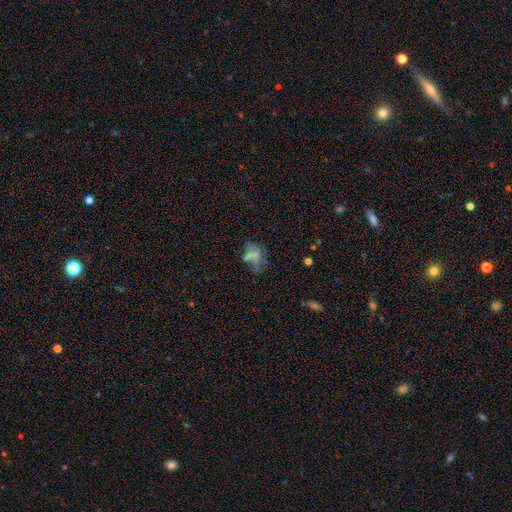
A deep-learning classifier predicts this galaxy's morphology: type=smooth (55%); roundness=in between (74%); merging=none (40%).